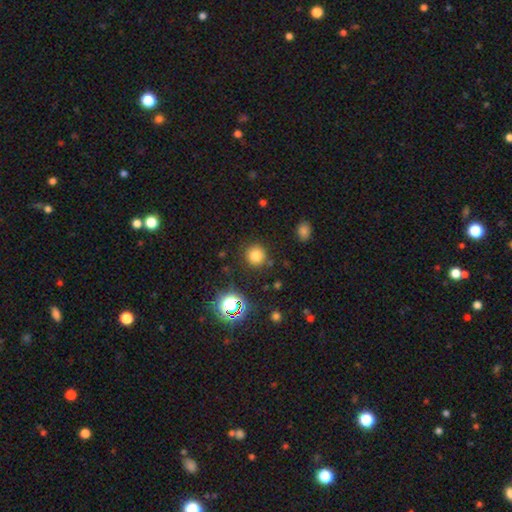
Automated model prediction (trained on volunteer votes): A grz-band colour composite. It shows a smooth galaxy with no disk features (76%) that is round (93%). Merging: none (86%).